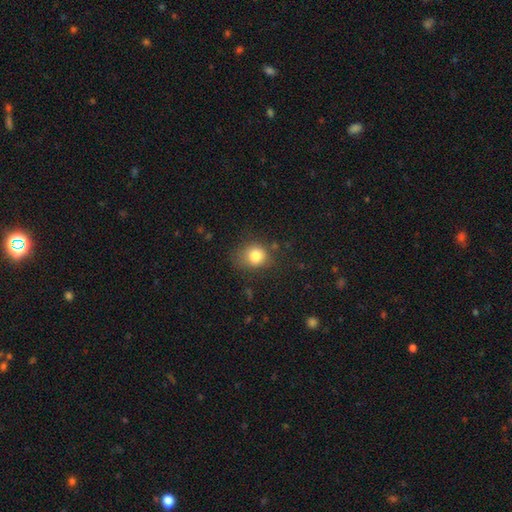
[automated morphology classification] Q: Smooth or featured?
A: smooth (80%); runner-up: star or artifact (12%)
Q: How rounded?
A: round (73%); runner-up: in between (26%)
Q: Merging?
A: none (68%); runner-up: minor disturbance (21%)